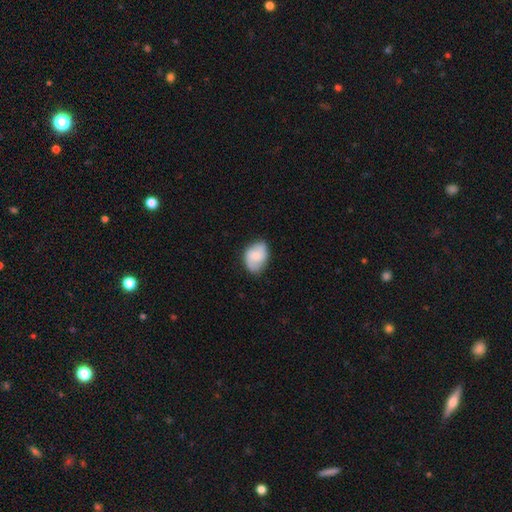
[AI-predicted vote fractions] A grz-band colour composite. It shows a smooth galaxy with no disk features (66%) that is in between round and cigar-shaped (75%). Merging: none (66%).